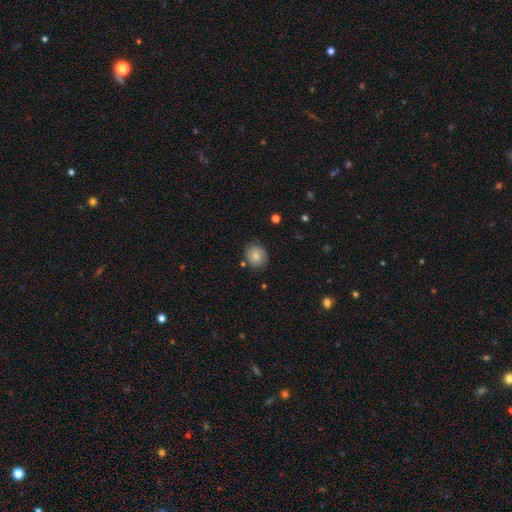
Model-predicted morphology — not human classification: Q: Smooth or featured?
A: smooth (71%); runner-up: featured or disk (20%)
Q: How rounded?
A: round (71%); runner-up: in between (28%)
Q: Merging?
A: none (80%); runner-up: minor disturbance (14%)